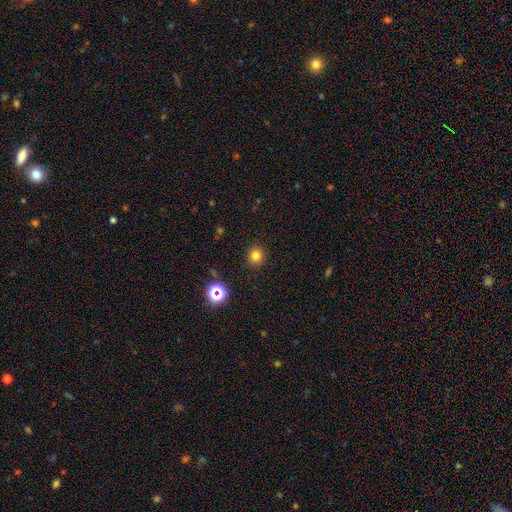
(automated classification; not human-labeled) smooth-or-featured: smooth: 79% | star or artifact: 16% | featured or disk: 5%
  how-rounded: round: 92% | in between: 7% | cigar-shaped: 1%
  merging: none: 91% | minor disturbance: 6% | major disturbance: 2% | merger: 1%